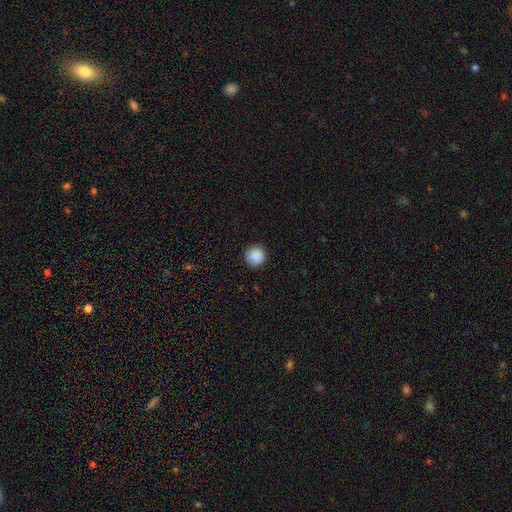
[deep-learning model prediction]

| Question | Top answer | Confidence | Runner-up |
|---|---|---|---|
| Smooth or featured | smooth | 90% | star or artifact (8%) |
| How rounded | round | 96% | in between (3%) |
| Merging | none | 93% | minor disturbance (5%) |